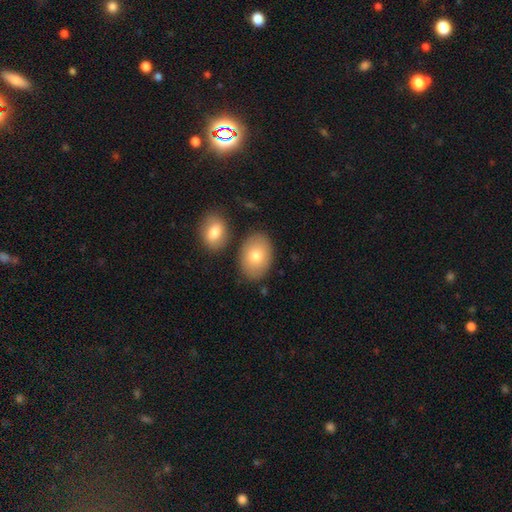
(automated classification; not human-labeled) Overall: smooth (77%). How rounded: in between (84%). Merging: none (79%).